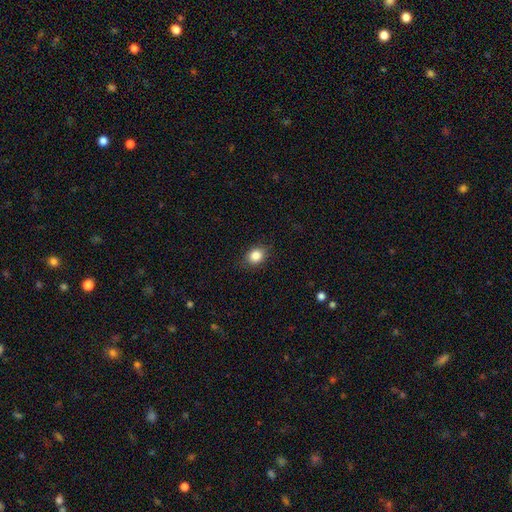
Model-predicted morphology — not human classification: Smooth or featured?
  - smooth: 85% *
  - star or artifact: 10%
  - featured or disk: 5%
How rounded?
  - round: 53% *
  - in between: 46%
  - cigar-shaped: 1%
Merging?
  - none: 85% *
  - minor disturbance: 12%
  - major disturbance: 3%
  - merger: 1%